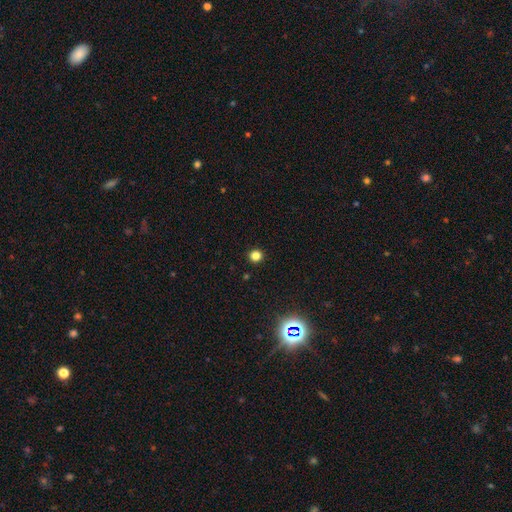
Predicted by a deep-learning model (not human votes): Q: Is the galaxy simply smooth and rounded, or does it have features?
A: smooth — 82%.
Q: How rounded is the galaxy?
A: round — 94%.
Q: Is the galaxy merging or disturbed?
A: none — 93%.